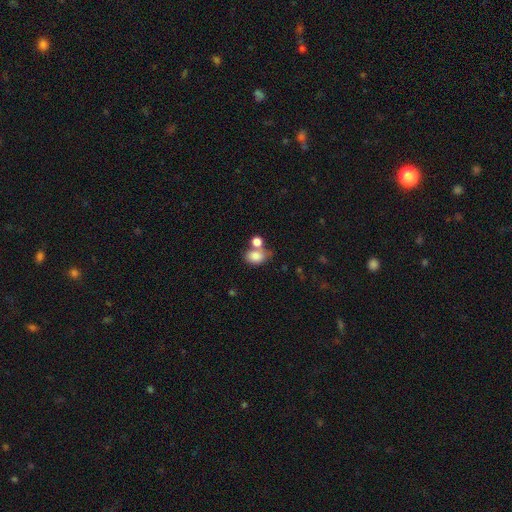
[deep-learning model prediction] Smooth or featured: smooth — 82% (star or artifact — 9%)
How rounded: in between — 70% (round — 29%)
Merging: merger — 43% (none — 37%)